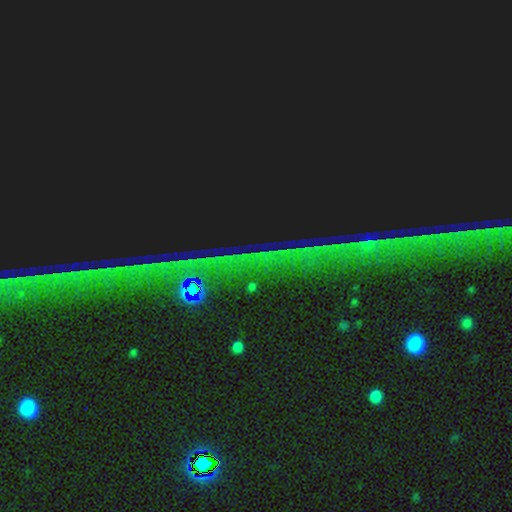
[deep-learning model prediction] Smooth or featured? star or artifact (83%)